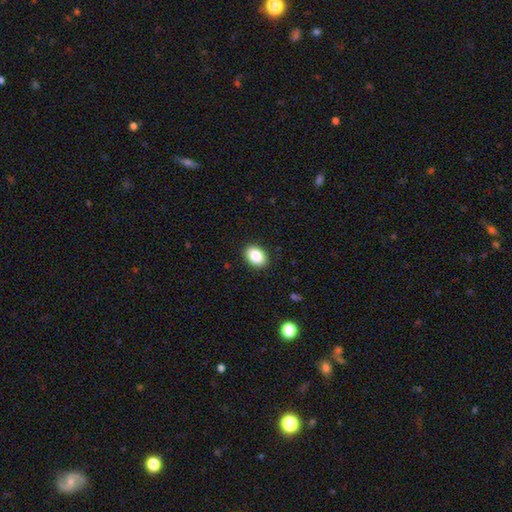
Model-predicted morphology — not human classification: smooth 87%, star or artifact 8%, featured or disk 5%. Down the decision tree: how rounded — in between (77%); merging — none (90%).